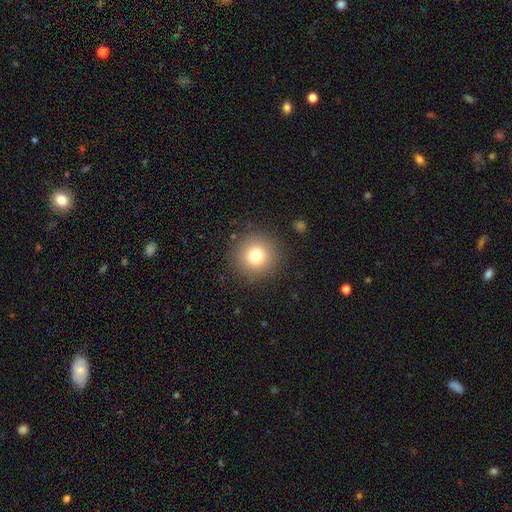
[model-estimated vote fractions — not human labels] Morphology: type=smooth (77%); roundness=round (95%); merging=none (89%).